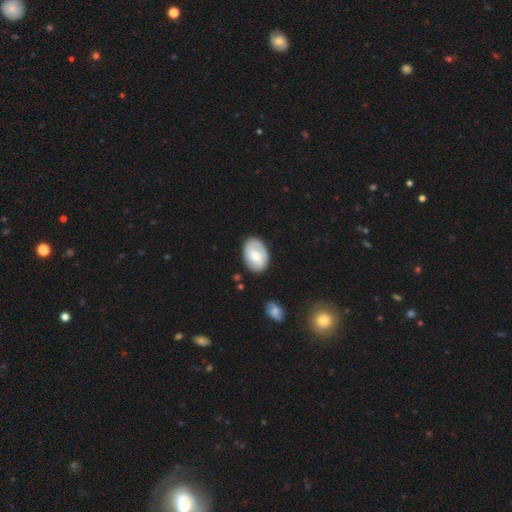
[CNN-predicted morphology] smooth-or-featured: smooth: 57% | featured or disk: 37% | star or artifact: 6%
  how-rounded: in between: 86% | round: 13% | cigar-shaped: 1%
  merging: none: 79% | minor disturbance: 15% | major disturbance: 3% | merger: 2%